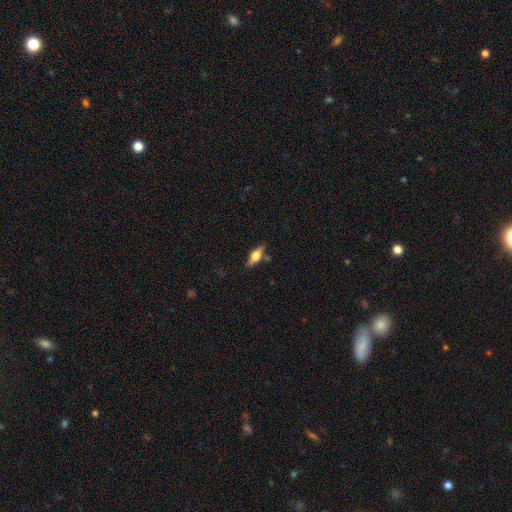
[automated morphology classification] The model was most divided on "smooth or featured": featured or disk: 50%, smooth: 42%, star or artifact: 7%. More confident: edge-on disk — yes (92%); merging — none (78%).